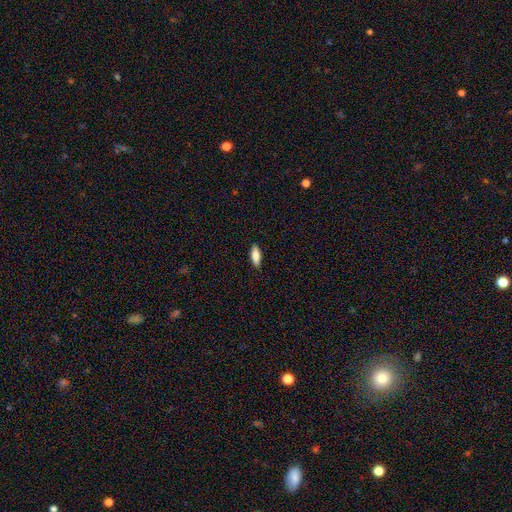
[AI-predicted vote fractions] Smooth or featured?
  - smooth: 83% *
  - featured or disk: 11%
  - star or artifact: 6%
How rounded?
  - in between: 70% *
  - cigar-shaped: 28%
  - round: 2%
Merging?
  - none: 88% *
  - minor disturbance: 9%
  - major disturbance: 2%
  - merger: 1%